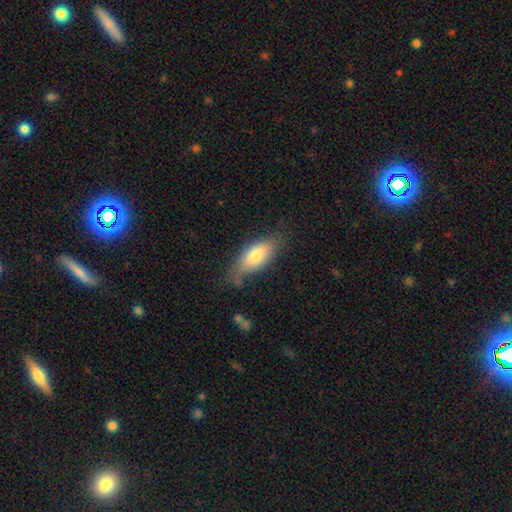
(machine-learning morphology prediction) Smooth or featured? smooth (73%)
How rounded? in between (79%)
Merging? none (63%)